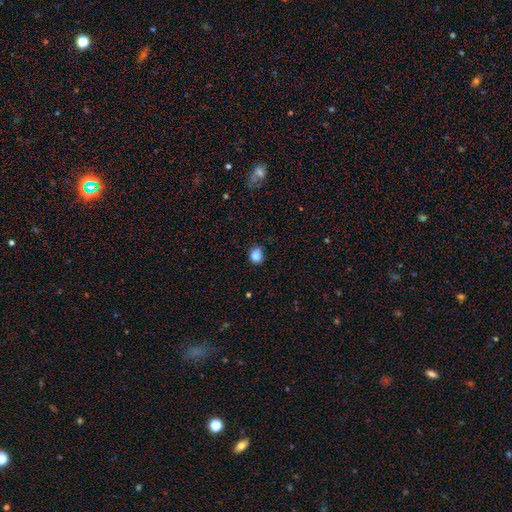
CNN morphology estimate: This appears to be a smooth galaxy with no disk features (85%) that is round (70%). Merging: none (69%).